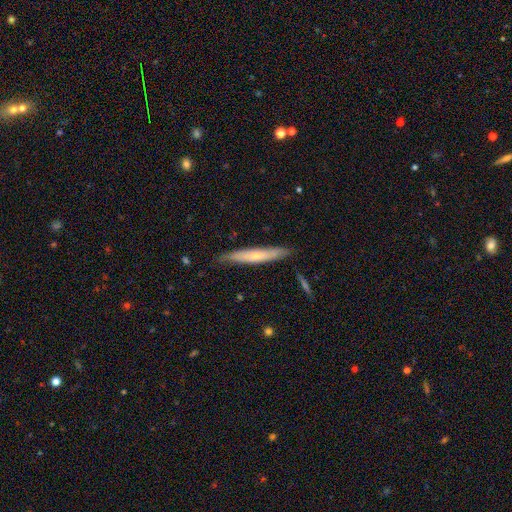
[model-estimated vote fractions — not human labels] smooth 50%, featured or disk 44%, star or artifact 6%. Down the decision tree: merging — none (80%).